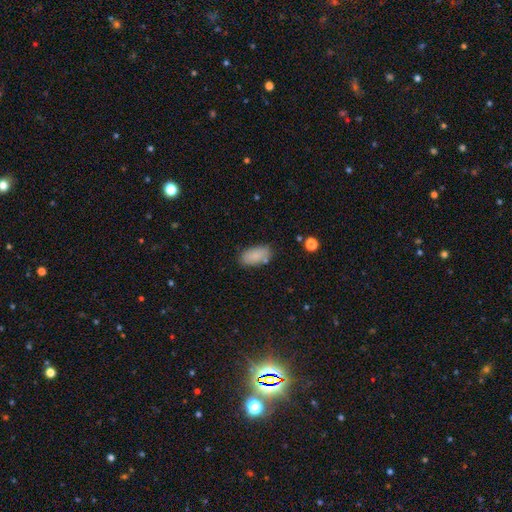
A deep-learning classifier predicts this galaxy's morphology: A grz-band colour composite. It shows a smooth galaxy with no disk features (84%) that is in between round and cigar-shaped (93%). Merging: none (77%).